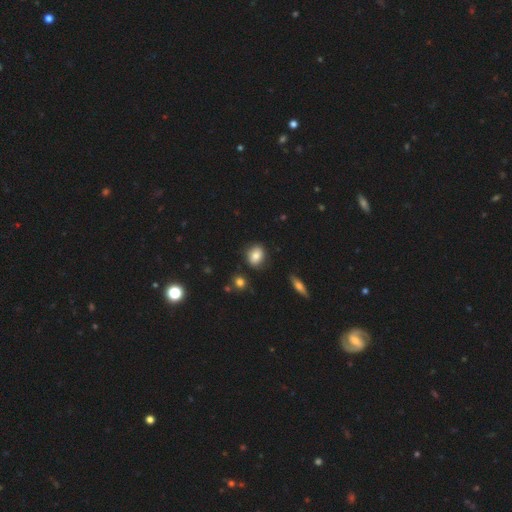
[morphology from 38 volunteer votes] smooth_or_featured: smooth (p=0.76) [alt: featured or disk p=0.16]
how_rounded: round (p=0.59) [alt: in between p=0.38]
merging: none (p=0.66) [alt: minor disturbance p=0.23]